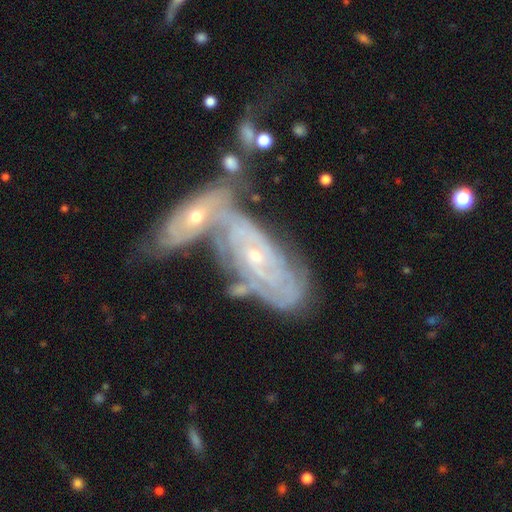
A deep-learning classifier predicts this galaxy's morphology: Smooth or featured? Predicted: featured or disk (p=0.82). Edge-on disk? Predicted: no (p=0.90). Bar? Predicted: no (p=0.70). Spiral arms? Predicted: yes (p=0.90). Spiral winding? Predicted: tight (p=0.74). Spiral arm count? Predicted: can't tell (p=0.52). Bulge size? Predicted: small (p=0.73). Merging? Predicted: merger (p=0.57).